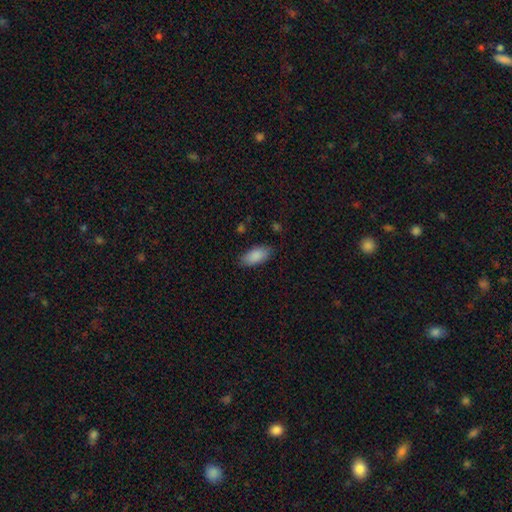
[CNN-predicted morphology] Overall: smooth (88%). How rounded: in between (90%). Merging: none (83%).